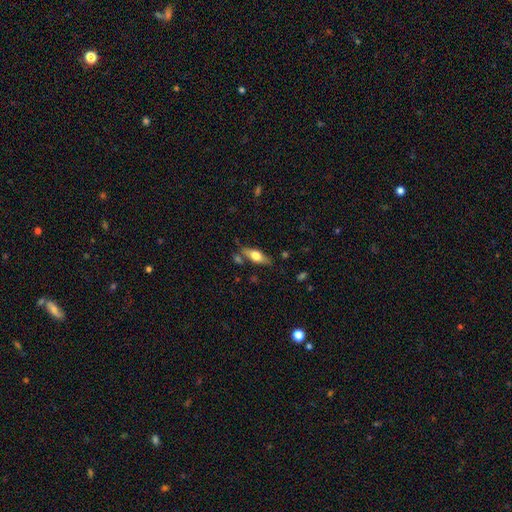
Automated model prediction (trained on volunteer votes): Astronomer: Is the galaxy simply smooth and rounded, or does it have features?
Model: smooth — 52% (runner-up: featured or disk, 41%).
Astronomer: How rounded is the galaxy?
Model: in between — 62%.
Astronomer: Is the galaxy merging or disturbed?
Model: none — 71%.